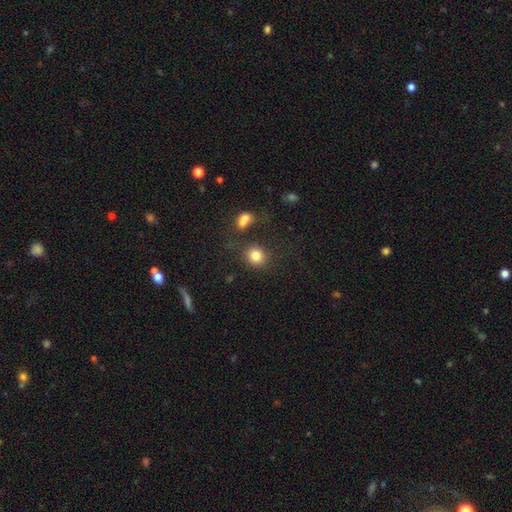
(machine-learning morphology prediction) smooth 82%, star or artifact 11%, featured or disk 7%. Down the decision tree: how rounded — round (75%); merging — none (77%).